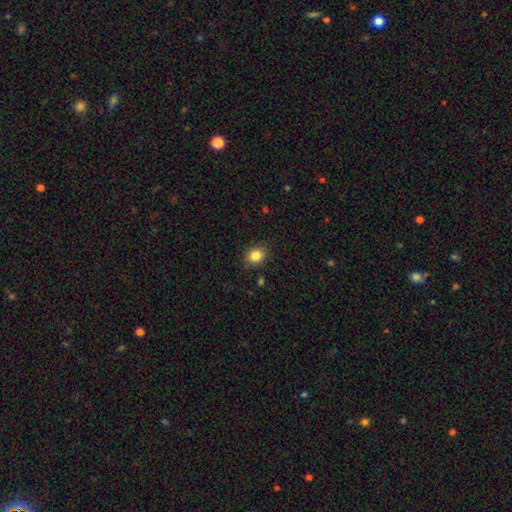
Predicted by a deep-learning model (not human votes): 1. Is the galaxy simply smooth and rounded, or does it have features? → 85% smooth, 10% star or artifact, 5% featured or disk.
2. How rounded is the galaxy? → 65% round, 34% in between, 1% cigar-shaped.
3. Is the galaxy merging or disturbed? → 87% none, 9% minor disturbance, 3% major disturbance, 1% merger.